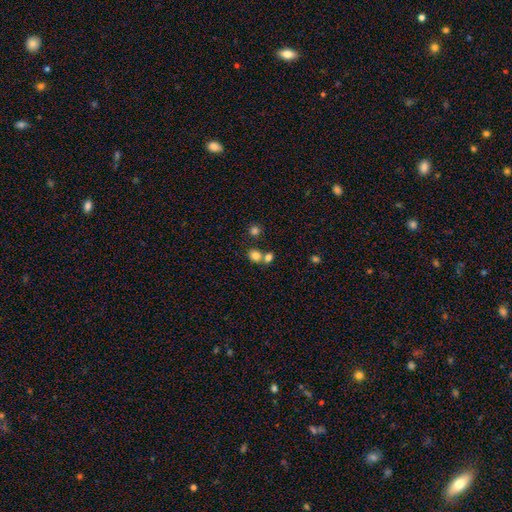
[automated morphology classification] smooth_or_featured: smooth (p=0.80) [alt: star or artifact p=0.13]
how_rounded: round (p=0.66) [alt: in between p=0.33]
merging: none (p=0.56) [alt: merger p=0.33]